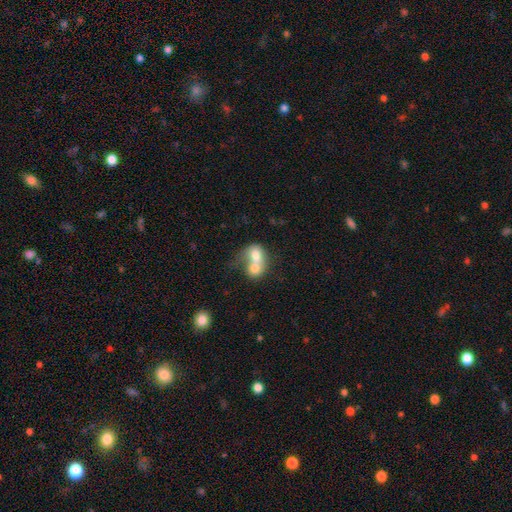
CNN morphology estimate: Overall: smooth (67%). How rounded: in between (61%; round 38%). Merging: merger (80%).